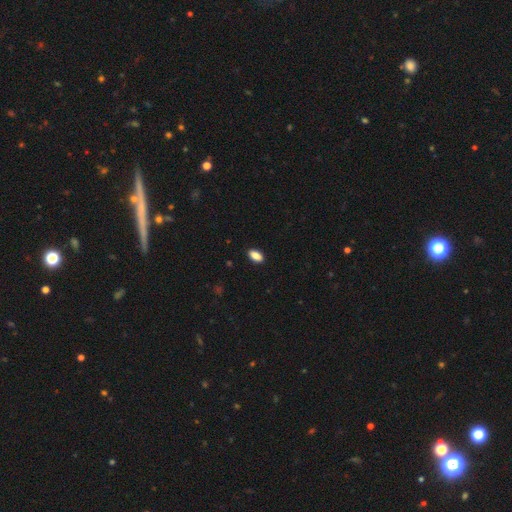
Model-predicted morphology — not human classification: smooth_or_featured: smooth (p=0.88) [alt: star or artifact p=0.08]
how_rounded: in between (p=0.91) [alt: cigar-shaped p=0.05]
merging: none (p=0.89) [alt: minor disturbance p=0.08]